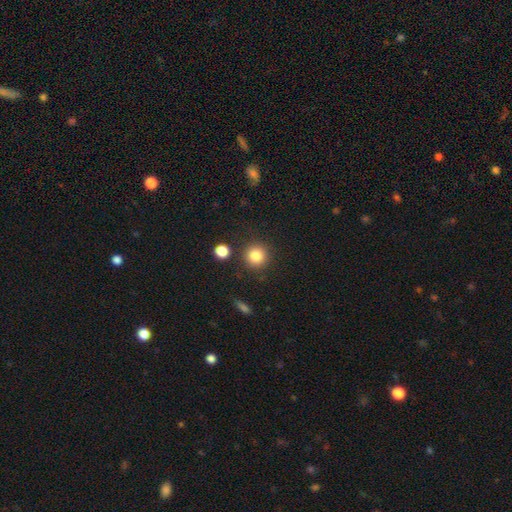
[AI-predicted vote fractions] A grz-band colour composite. It shows a smooth galaxy with no disk features (84%) that is round (93%). Merging: none (86%).